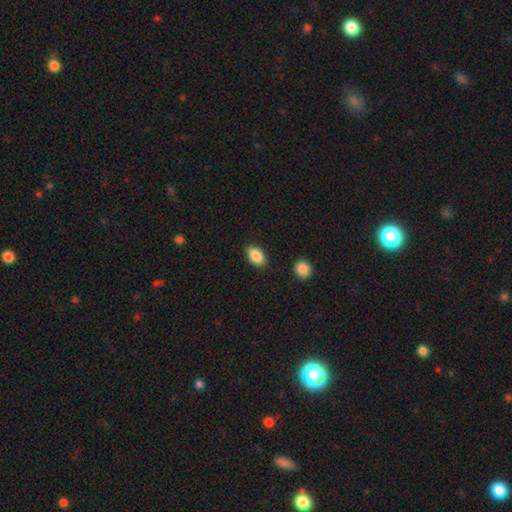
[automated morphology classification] Overall: smooth (88%). How rounded: in between (90%). Merging: none (87%).